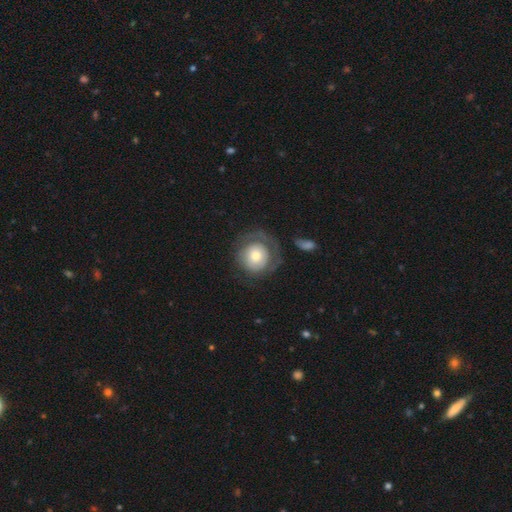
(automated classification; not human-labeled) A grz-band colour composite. It shows a smooth galaxy with no disk features (54%) that is round (91%). Merging: none (52%).